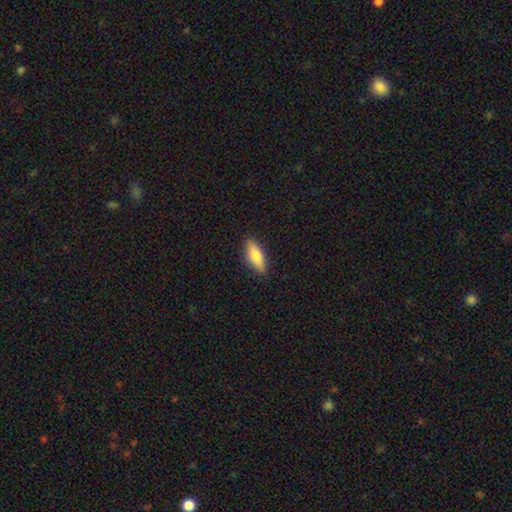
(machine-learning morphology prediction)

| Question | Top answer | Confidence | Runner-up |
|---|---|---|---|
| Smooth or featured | smooth | 76% | featured or disk (18%) |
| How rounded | in between | 65% | cigar-shaped (32%) |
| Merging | none | 88% | minor disturbance (9%) |